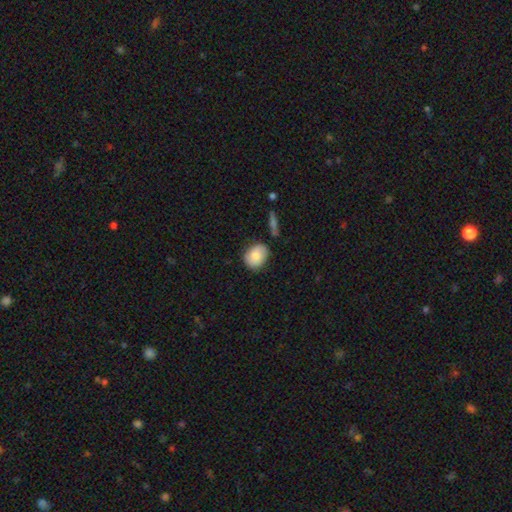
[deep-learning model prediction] Smooth or featured?
  - smooth: 78% *
  - featured or disk: 15%
  - star or artifact: 7%
How rounded?
  - in between: 58% *
  - round: 41%
  - cigar-shaped: 1%
Merging?
  - none: 74% *
  - minor disturbance: 19%
  - merger: 4%
  - major disturbance: 4%